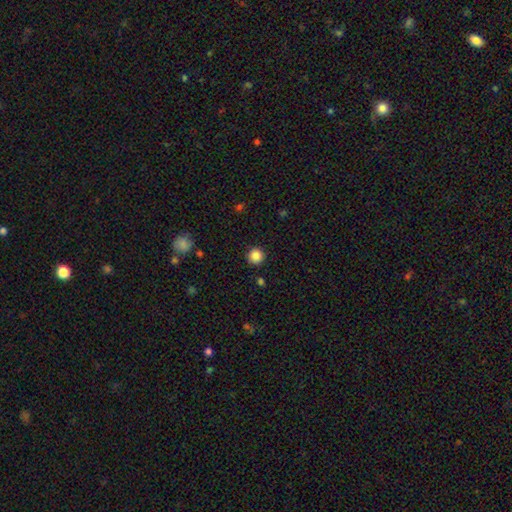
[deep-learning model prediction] This is clearly a smooth galaxy (86%). How rounded: clearly round (95%). Merging: clearly none (91%).